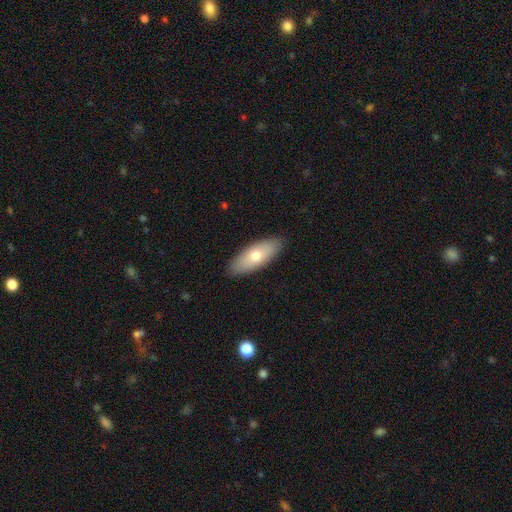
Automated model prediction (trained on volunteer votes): The model was most divided on "smooth or featured": smooth: 67%, featured or disk: 27%, star or artifact: 6%. More confident: merging — none (89%); how rounded — in between (75%).